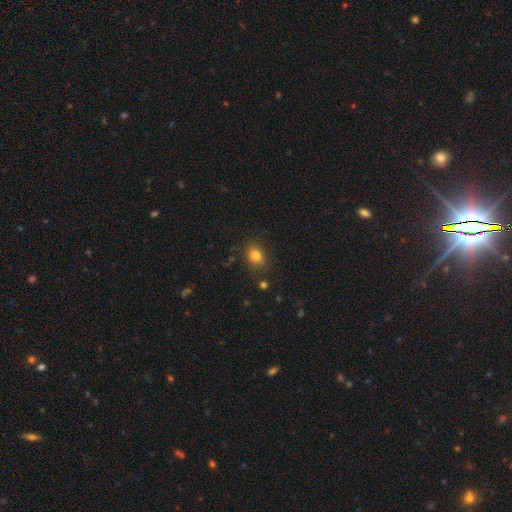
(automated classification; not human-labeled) This appears to be a smooth galaxy with no disk features (81%) that is in between round and cigar-shaped (63%). Merging: none (80%).